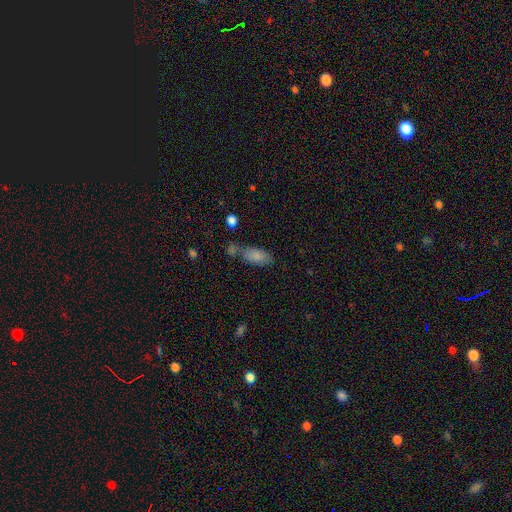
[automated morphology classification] Overall: smooth (84%). How rounded: in between (88%). Merging: none (52%; merger 22%).